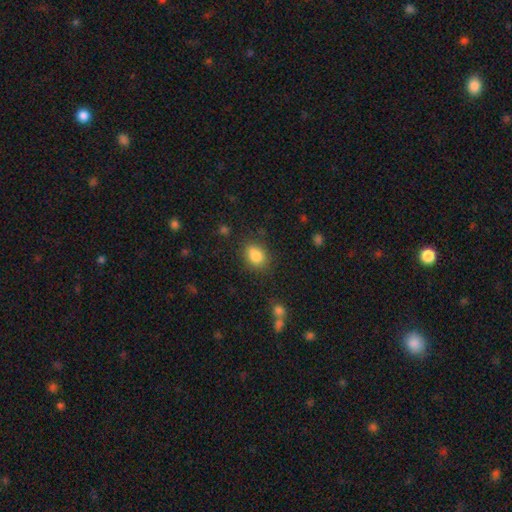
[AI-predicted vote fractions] A smooth galaxy with no disk features (84%) that is in between round and cigar-shaped (65%). Merging: none (76%).